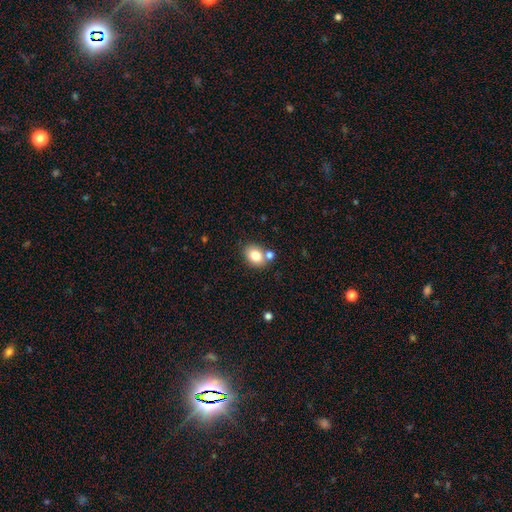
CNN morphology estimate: type=smooth (81%); roundness=in between (61%); merging=none (67%).